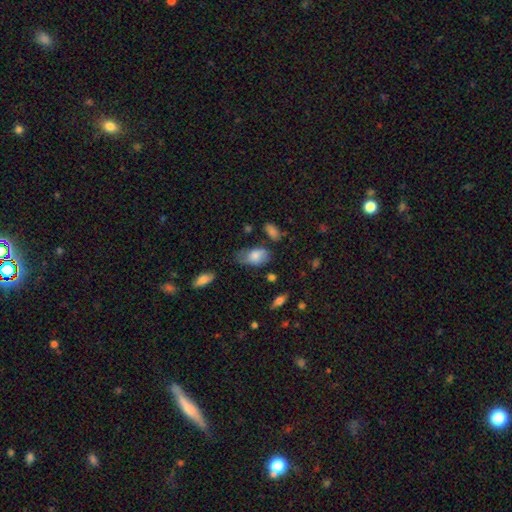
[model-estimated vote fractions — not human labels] A smooth galaxy with no disk features (78%) that is in between round and cigar-shaped (92%). Merging: none (47%).